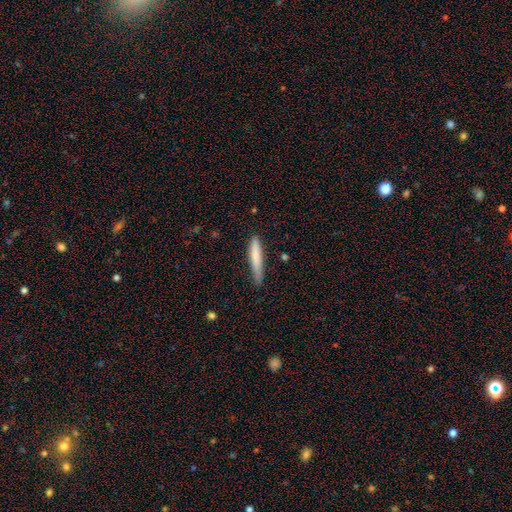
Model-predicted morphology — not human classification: Smooth or featured: smooth — 76% (featured or disk — 18%)
How rounded: cigar-shaped — 92% (in between — 7%)
Merging: none — 70% (minor disturbance — 24%)